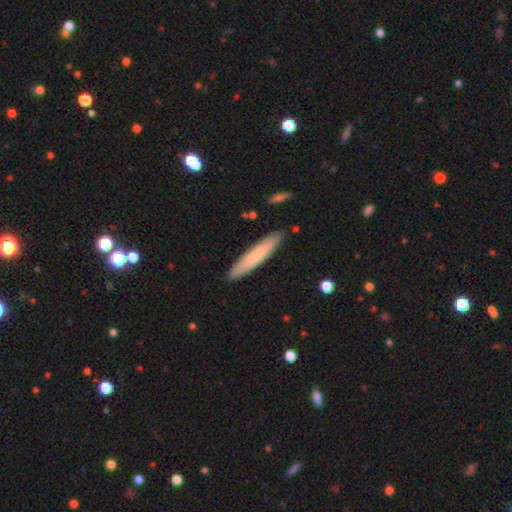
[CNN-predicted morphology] smooth_or_featured: smooth (p=0.73) [alt: featured or disk p=0.21]
how_rounded: cigar-shaped (p=0.91) [alt: in between p=0.08]
merging: none (p=0.89) [alt: minor disturbance p=0.08]